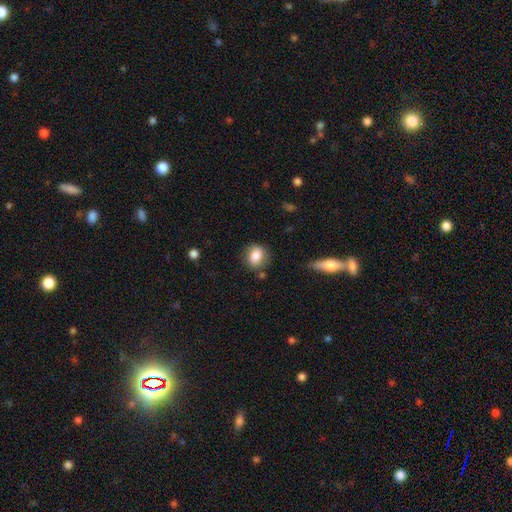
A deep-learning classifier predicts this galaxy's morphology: smooth 81%, featured or disk 11%, star or artifact 8%. Down the decision tree: how rounded — round (58%); merging — none (77%).